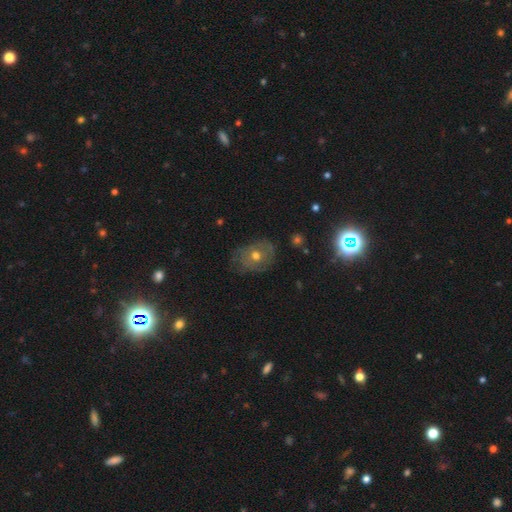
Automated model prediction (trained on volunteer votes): The model was most divided on "smooth or featured": featured or disk: 48%, smooth: 37%, star or artifact: 15%. More confident: merging — none (66%).